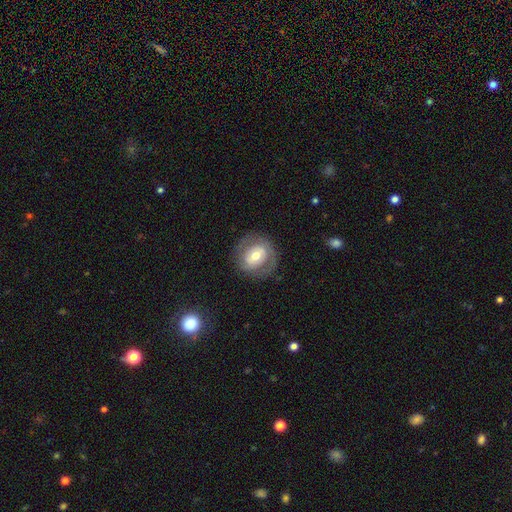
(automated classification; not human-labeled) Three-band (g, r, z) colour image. It shows a featured or disk galaxy (52%). Merging: none (76%).